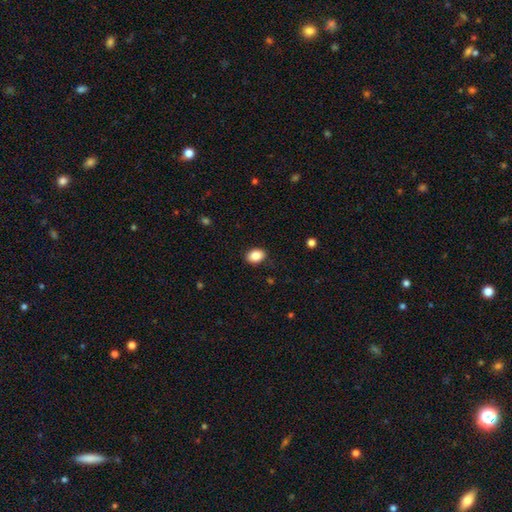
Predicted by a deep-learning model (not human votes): Smooth or featured: smooth — 86% (star or artifact — 8%)
How rounded: in between — 77% (round — 22%)
Merging: none — 87% (minor disturbance — 9%)